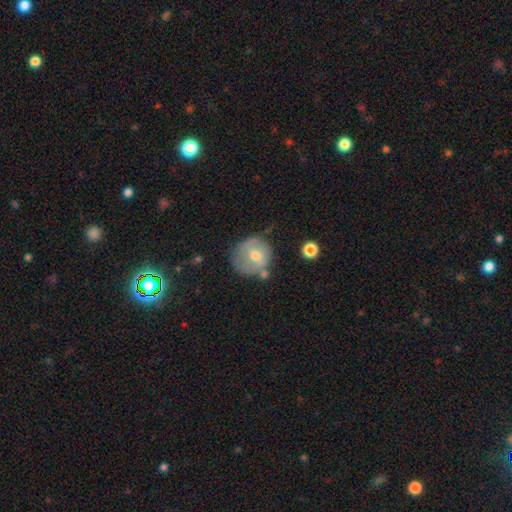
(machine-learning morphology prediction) smooth-or-featured: smooth: 56% | featured or disk: 36% | star or artifact: 8%
  how-rounded: round: 85% | in between: 14% | cigar-shaped: 1%
  merging: none: 58% | minor disturbance: 24% | merger: 10% | major disturbance: 8%